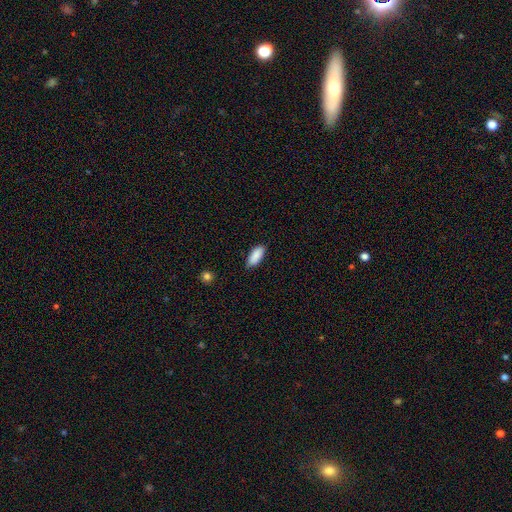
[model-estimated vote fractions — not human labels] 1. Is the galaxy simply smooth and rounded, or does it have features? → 90% smooth, 6% star or artifact, 4% featured or disk.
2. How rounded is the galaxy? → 81% in between, 17% cigar-shaped, 2% round.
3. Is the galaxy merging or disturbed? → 85% none, 12% minor disturbance, 2% major disturbance, 1% merger.